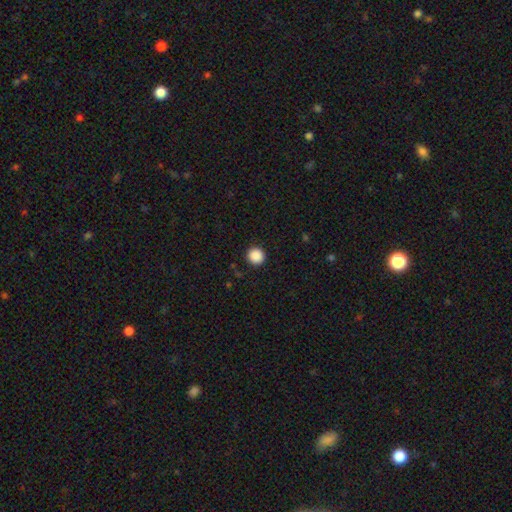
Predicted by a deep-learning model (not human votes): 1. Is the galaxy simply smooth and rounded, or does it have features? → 88% smooth, 9% star or artifact, 2% featured or disk.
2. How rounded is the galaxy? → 95% round, 4% in between, 1% cigar-shaped.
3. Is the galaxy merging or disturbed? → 92% none, 5% minor disturbance, 2% major disturbance, 1% merger.